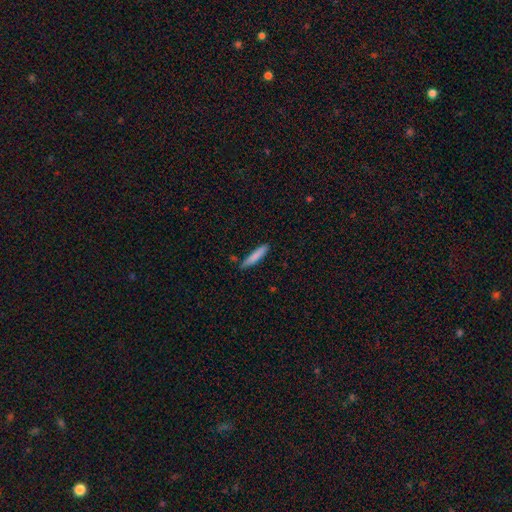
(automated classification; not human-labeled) Overall: smooth (82%). How rounded: cigar-shaped (89%). Merging: none (80%).